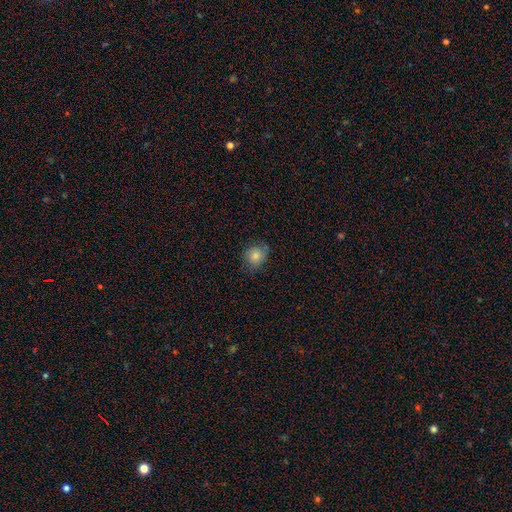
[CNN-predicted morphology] type=smooth (77%); roundness=round (73%); merging=none (71%).